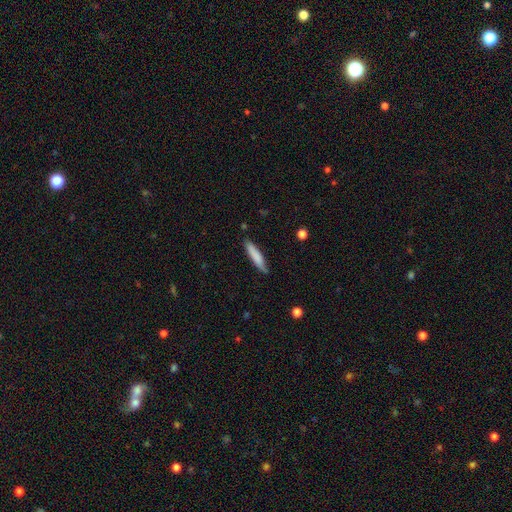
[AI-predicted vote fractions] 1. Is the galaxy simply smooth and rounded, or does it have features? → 78% smooth, 16% featured or disk, 6% star or artifact.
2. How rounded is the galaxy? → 86% cigar-shaped, 13% in between, 1% round.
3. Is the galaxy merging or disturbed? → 81% none, 15% minor disturbance, 2% major disturbance, 2% merger.